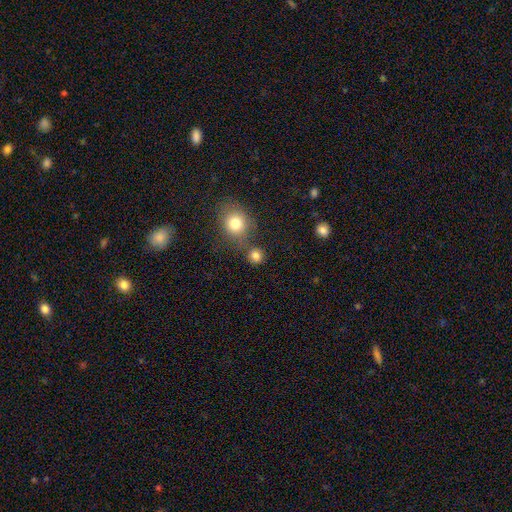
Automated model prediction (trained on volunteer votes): This appears to be a smooth galaxy with no disk features (82%) that is round (89%). Merging: none (71%).